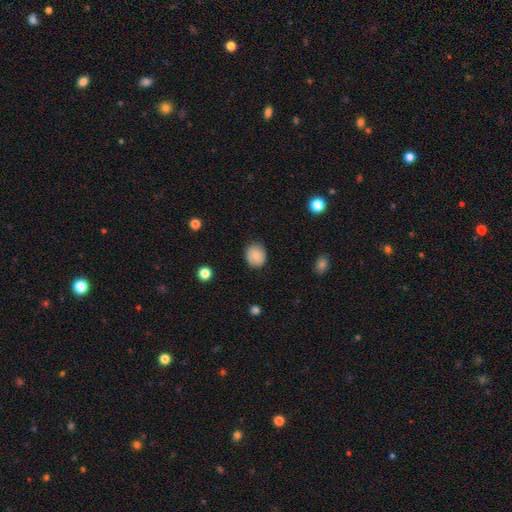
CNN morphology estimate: Smooth or featured: smooth — 80% (featured or disk — 12%)
How rounded: round — 73% (in between — 26%)
Merging: none — 84% (minor disturbance — 12%)